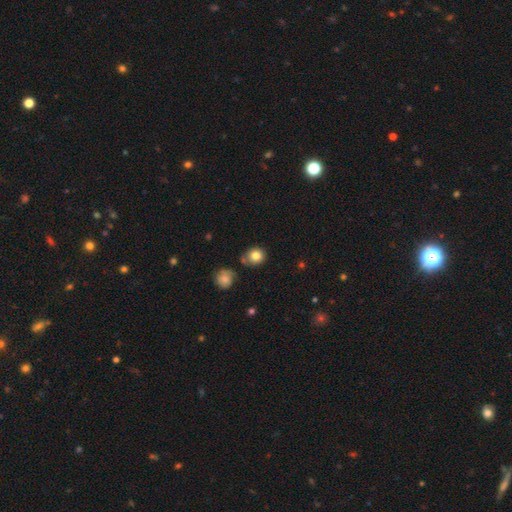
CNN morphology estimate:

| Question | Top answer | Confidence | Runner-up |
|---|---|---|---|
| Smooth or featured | smooth | 81% | star or artifact (10%) |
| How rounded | round | 81% | in between (18%) |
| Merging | none | 68% | minor disturbance (18%) |